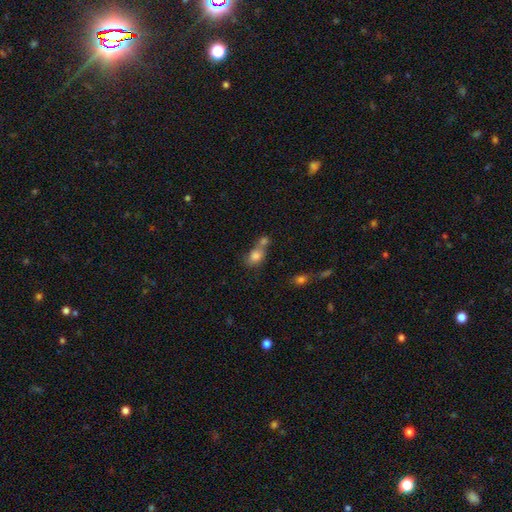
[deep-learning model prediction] This appears to be a smooth galaxy with no disk features (80%) that is in between round and cigar-shaped (60%). Merging: merger (55%).